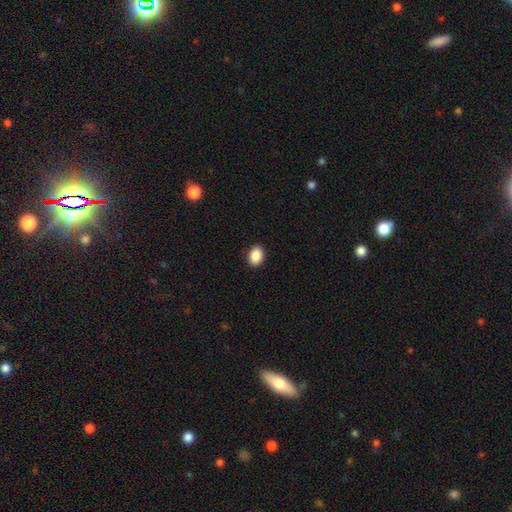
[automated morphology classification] Smooth or featured?
  - smooth: 89% *
  - star or artifact: 8%
  - featured or disk: 3%
How rounded?
  - in between: 77% *
  - round: 22%
  - cigar-shaped: 1%
Merging?
  - none: 91% *
  - minor disturbance: 6%
  - major disturbance: 2%
  - merger: 1%